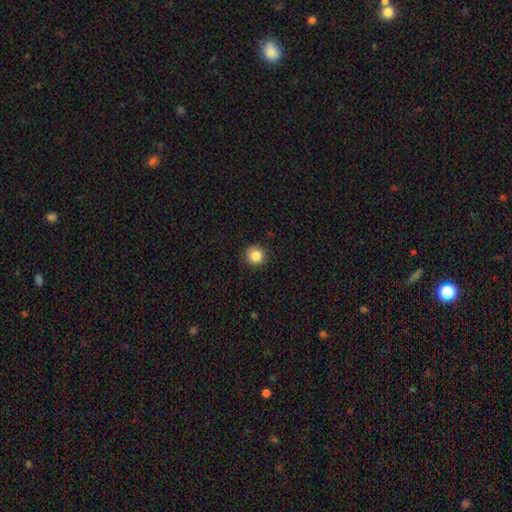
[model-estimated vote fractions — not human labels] Overall: smooth (86%). How rounded: round (94%). Merging: none (91%).